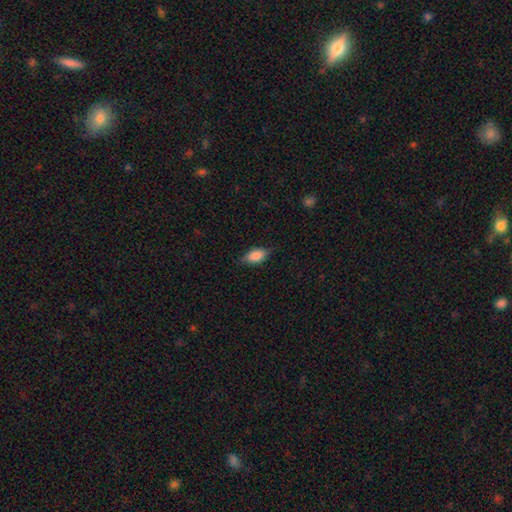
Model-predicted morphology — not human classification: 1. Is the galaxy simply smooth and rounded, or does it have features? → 80% smooth, 12% featured or disk, 7% star or artifact.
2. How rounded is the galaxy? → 87% in between, 8% cigar-shaped, 5% round.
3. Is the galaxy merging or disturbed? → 77% none, 18% minor disturbance, 3% major disturbance, 1% merger.